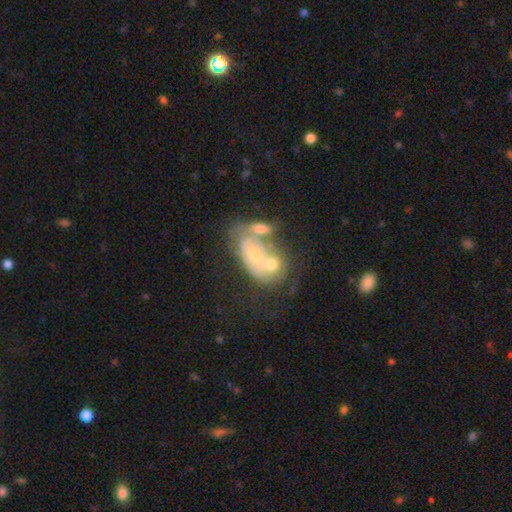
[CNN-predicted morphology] This appears to be a featured or disk galaxy (56%) with no bar (87%), no spiral arms (67%) and a small central bulge (53%). Merging: merger (59%).